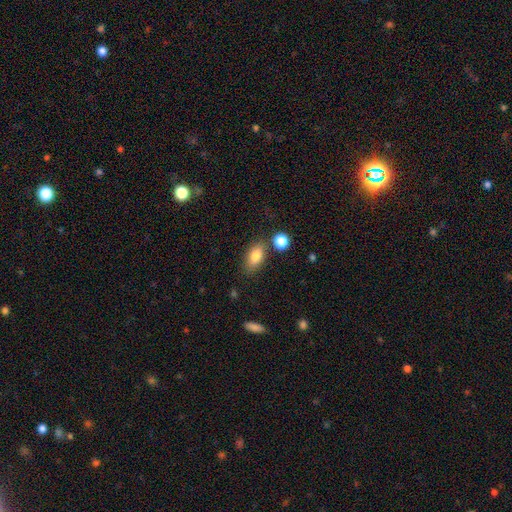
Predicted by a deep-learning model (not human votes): smooth-or-featured: smooth: 81% | featured or disk: 11% | star or artifact: 8%
  how-rounded: in between: 86% | round: 8% | cigar-shaped: 6%
  merging: none: 74% | minor disturbance: 14% | merger: 9% | major disturbance: 4%